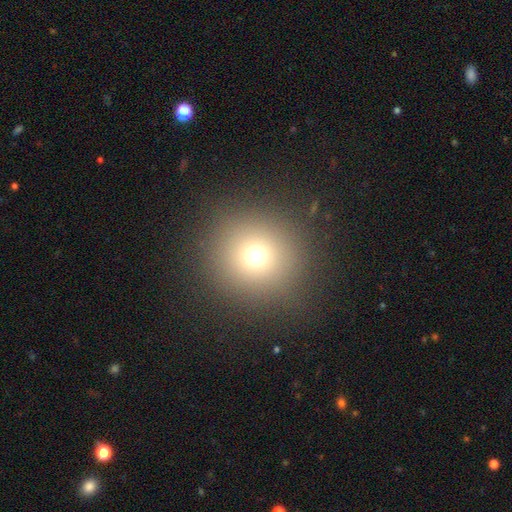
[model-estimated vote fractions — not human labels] This is likely a smooth galaxy (71%). How rounded: clearly round (94%). Merging: clearly none (89%).